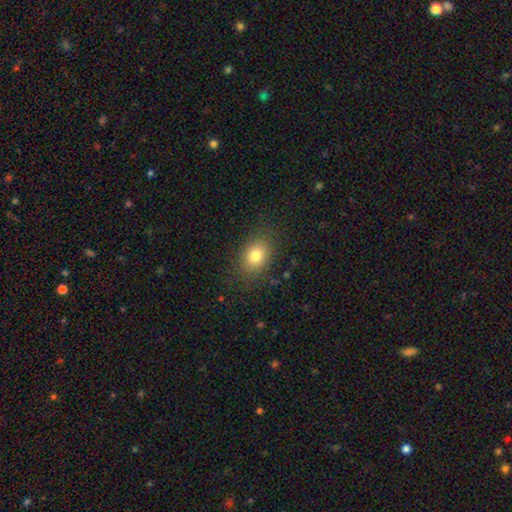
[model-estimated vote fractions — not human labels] Morphology: type=smooth (79%); roundness=in between (65%); merging=none (84%).